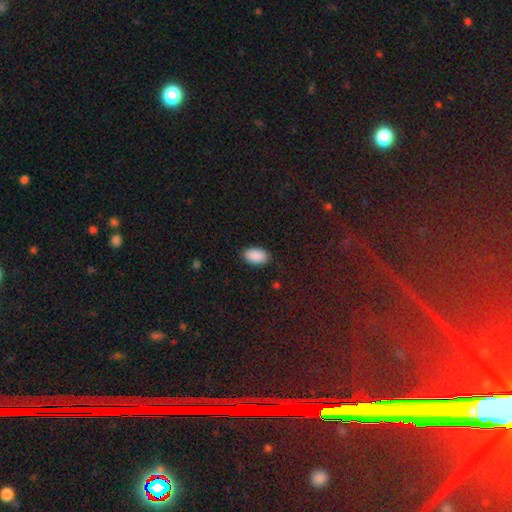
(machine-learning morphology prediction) This is clearly a smooth galaxy (91%). How rounded: clearly in between (94%). Merging: clearly none (87%).